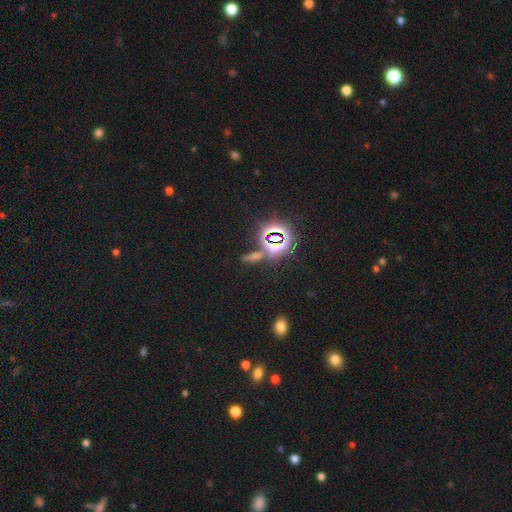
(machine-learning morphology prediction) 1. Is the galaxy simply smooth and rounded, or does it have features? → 67% star or artifact, 22% smooth, 11% featured or disk.